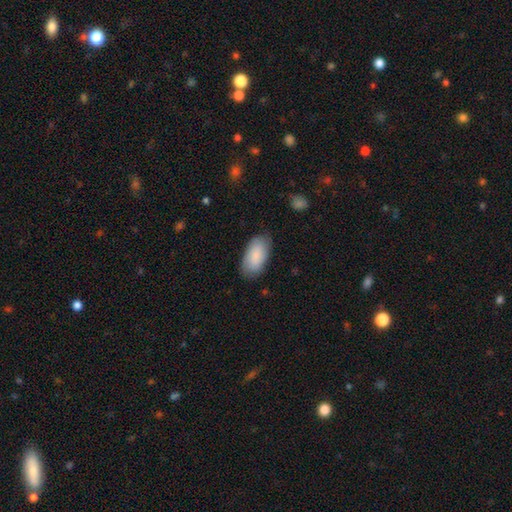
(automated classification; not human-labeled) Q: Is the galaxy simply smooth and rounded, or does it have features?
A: smooth — 85%.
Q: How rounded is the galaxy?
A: in between — 93%.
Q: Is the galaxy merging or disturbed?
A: none — 80%.